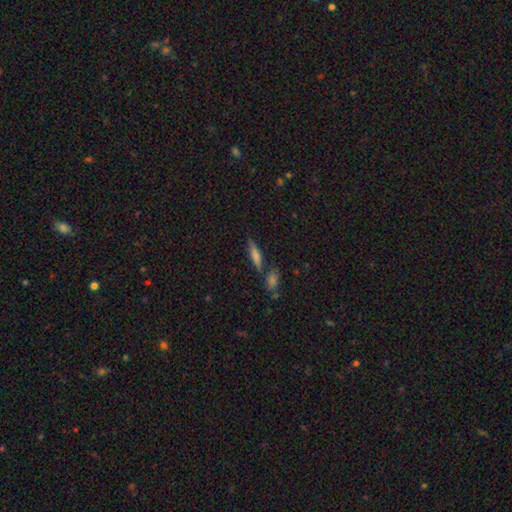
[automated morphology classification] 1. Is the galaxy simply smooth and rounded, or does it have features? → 59% smooth, 31% featured or disk, 10% star or artifact.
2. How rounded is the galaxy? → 78% cigar-shaped, 19% in between, 3% round.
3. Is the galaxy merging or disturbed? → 74% none, 12% merger, 11% minor disturbance, 3% major disturbance.